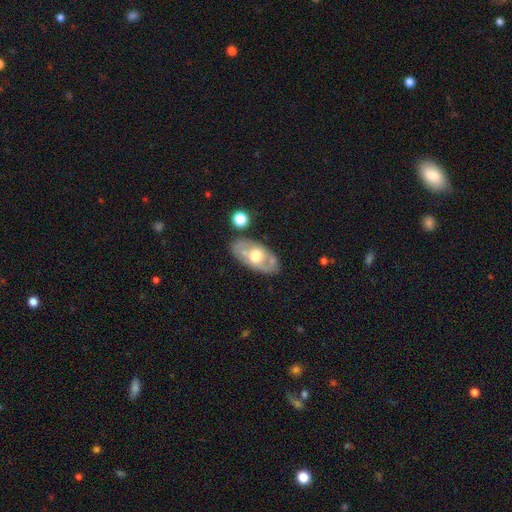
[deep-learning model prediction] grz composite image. It shows a featured or disk galaxy (55%). Merging: none (74%).